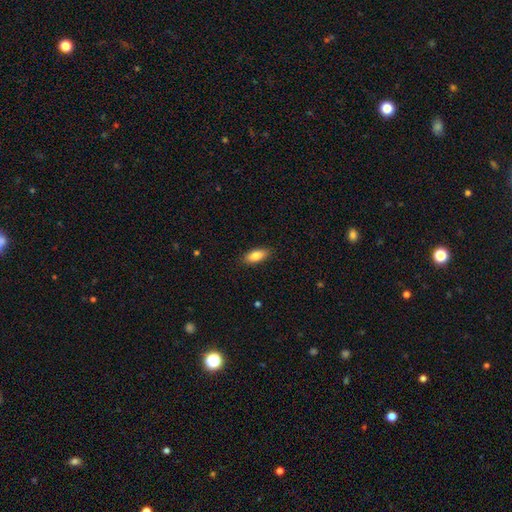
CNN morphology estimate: This appears to be a smooth galaxy with no disk features (84%) that is in between round and cigar-shaped (81%). Merging: none (87%).